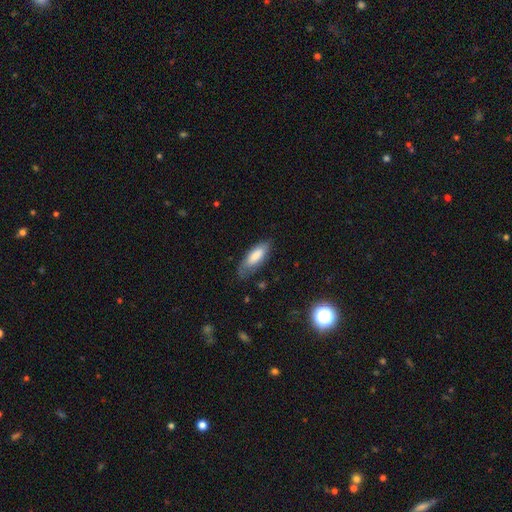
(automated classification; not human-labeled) A smooth galaxy with no disk features (76%) that is in between round and cigar-shaped (69%).

Vote fractions:
- Smooth or featured? smooth: 76% / featured or disk: 18% / star or artifact: 6%
- How rounded? in between: 69% / cigar-shaped: 29% / round: 2%
- Merging? none: 67% / minor disturbance: 25% / major disturbance: 7% / merger: 2%